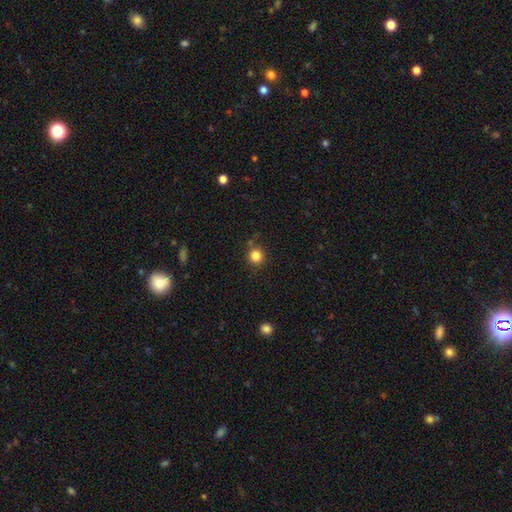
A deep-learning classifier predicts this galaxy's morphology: Q: Smooth or featured?
A: smooth (83%); runner-up: star or artifact (12%)
Q: How rounded?
A: round (90%); runner-up: in between (9%)
Q: Merging?
A: none (83%); runner-up: minor disturbance (9%)